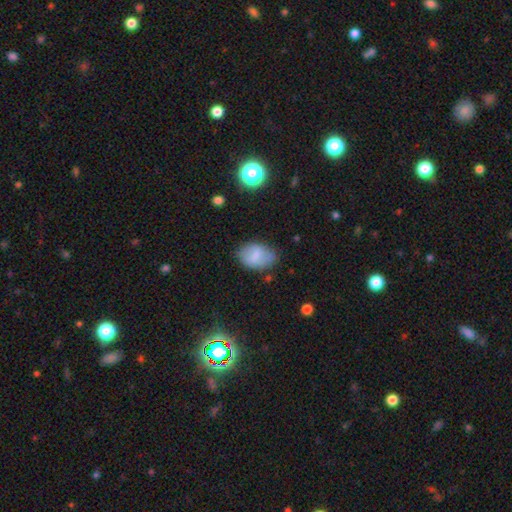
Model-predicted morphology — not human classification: Smooth or featured? Predicted: smooth (p=0.71). How rounded? Predicted: in between (p=0.84). Merging? Predicted: none (p=0.68).